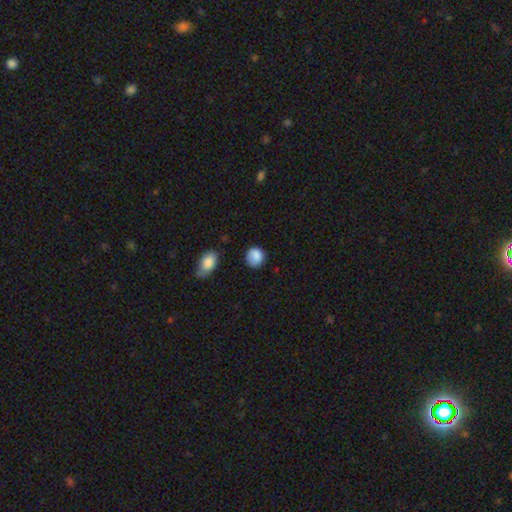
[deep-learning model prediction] Smooth or featured?
  - smooth: 86% *
  - star or artifact: 8%
  - featured or disk: 5%
How rounded?
  - round: 76% *
  - in between: 22%
  - cigar-shaped: 1%
Merging?
  - none: 72% *
  - minor disturbance: 20%
  - major disturbance: 5%
  - merger: 3%